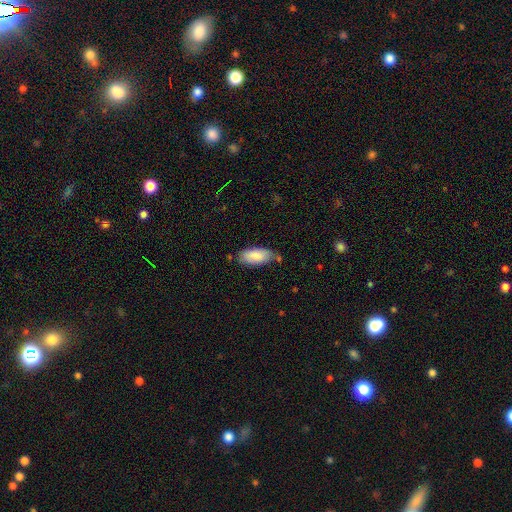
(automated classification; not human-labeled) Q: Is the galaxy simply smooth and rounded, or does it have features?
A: smooth — 85%.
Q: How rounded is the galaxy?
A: in between — 88%.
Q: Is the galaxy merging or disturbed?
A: none — 64%.